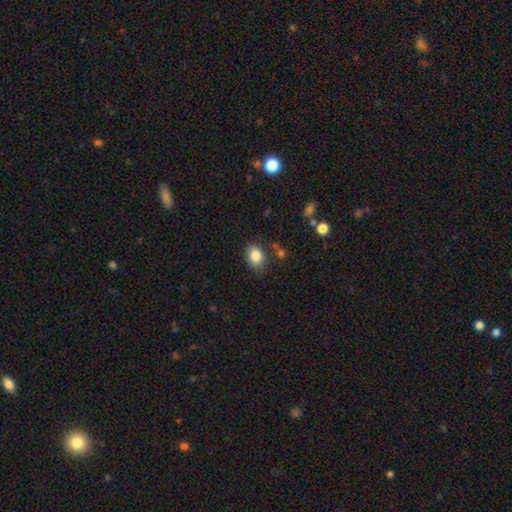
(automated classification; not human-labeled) smooth-or-featured: smooth: 85% | star or artifact: 9% | featured or disk: 7%
  how-rounded: in between: 76% | round: 22% | cigar-shaped: 1%
  merging: none: 77% | minor disturbance: 16% | major disturbance: 4% | merger: 3%